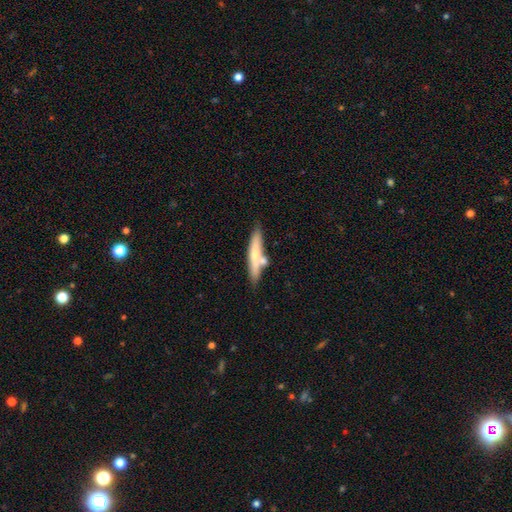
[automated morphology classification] The model was most divided on "smooth or featured": smooth: 55%, featured or disk: 39%, star or artifact: 6%. More confident: how rounded — cigar-shaped (87%); merging — none (61%).